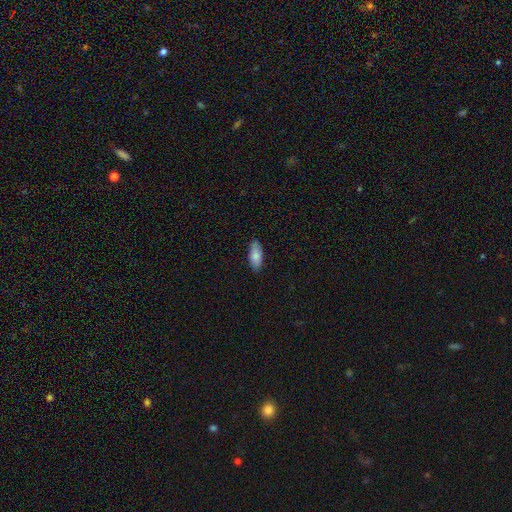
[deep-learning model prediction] This is clearly a smooth galaxy (82%). How rounded: clearly in between (82%). Merging: clearly none (86%).